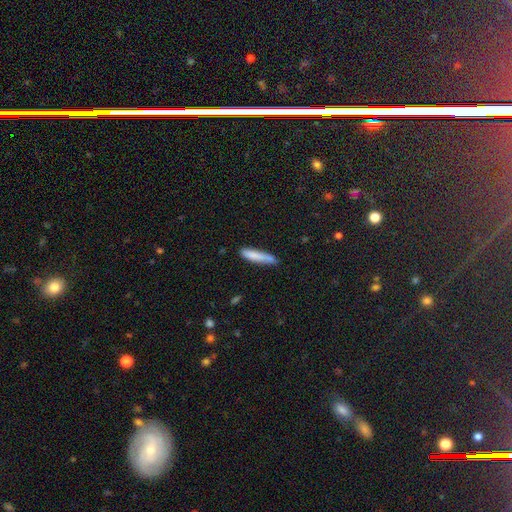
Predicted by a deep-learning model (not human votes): smooth_or_featured: smooth (p=0.82) [alt: featured or disk p=0.12]
how_rounded: cigar-shaped (p=0.88) [alt: in between p=0.11]
merging: none (p=0.69) [alt: minor disturbance p=0.23]